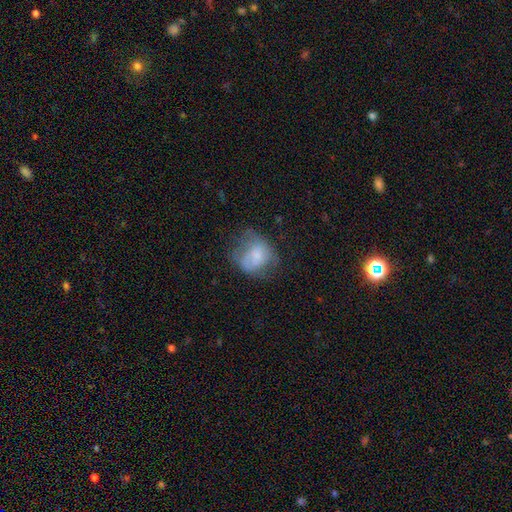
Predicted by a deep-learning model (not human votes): A smooth galaxy with no disk features (58%) that is round (57%). Merging: none (36%).